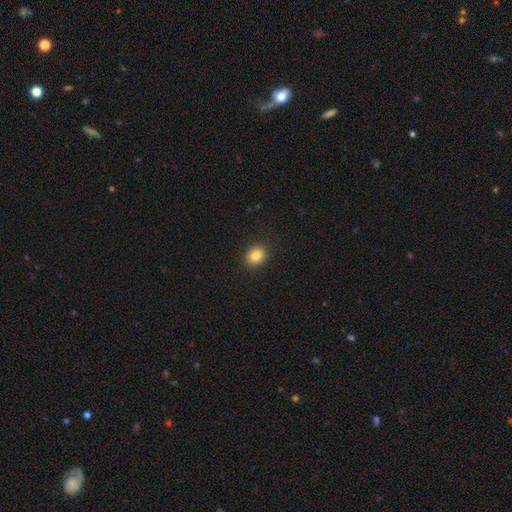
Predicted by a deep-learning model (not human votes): Smooth or featured? smooth (85%)
How rounded? round (54%)
Merging? none (89%)